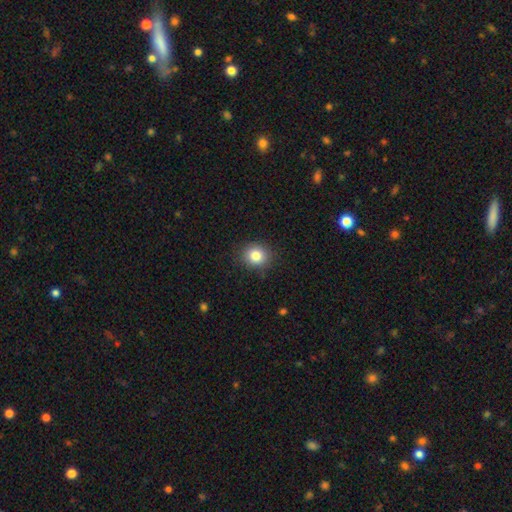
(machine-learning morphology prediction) A smooth galaxy with no disk features (83%) that is round (79%). Merging: none (87%).